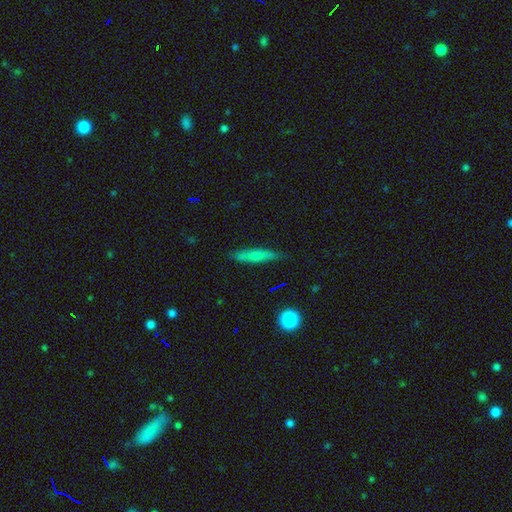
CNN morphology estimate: The model was most divided on "smooth or featured": smooth: 65%, featured or disk: 26%, star or artifact: 9%. More confident: how rounded — cigar-shaped (84%); merging — none (82%).